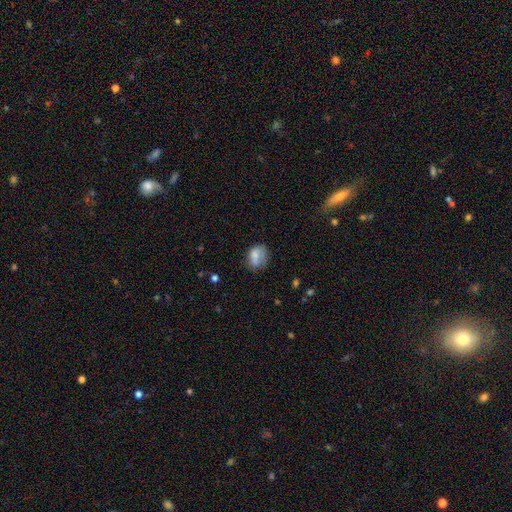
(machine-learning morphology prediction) A smooth galaxy with no disk features (74%) that is in between round and cigar-shaped (64%). Merging: none (54%).